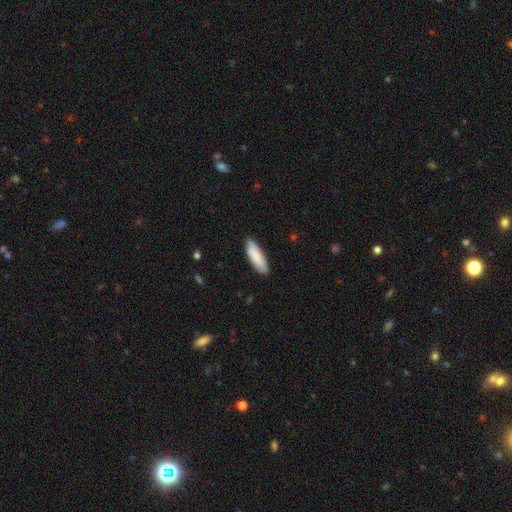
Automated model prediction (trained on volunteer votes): Smooth or featured: smooth — 86% (featured or disk — 9%)
How rounded: in between — 56% (cigar-shaped — 43%)
Merging: none — 86% (minor disturbance — 11%)